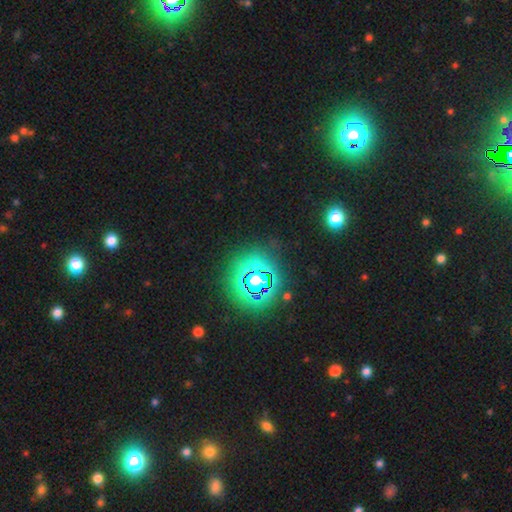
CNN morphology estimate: This appears to be a star or artifact, not a galaxy (79%).